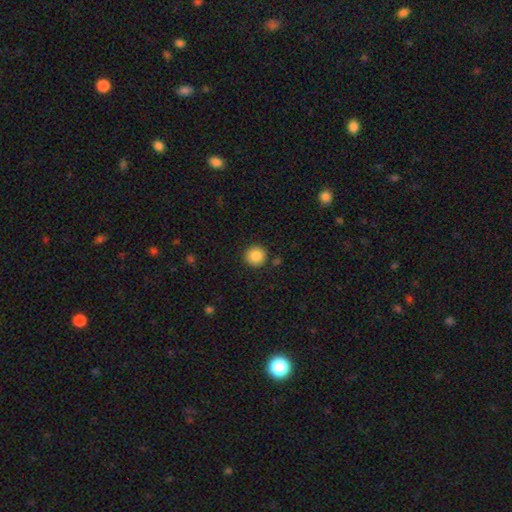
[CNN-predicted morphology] The model was most divided on "smooth or featured": smooth: 86%, star or artifact: 9%, featured or disk: 5%. More confident: how rounded — round (94%); merging — none (89%).